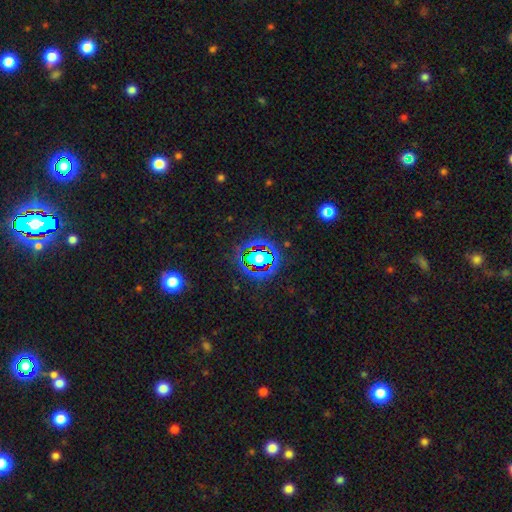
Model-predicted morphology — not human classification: smooth_or_featured: star or artifact (p=0.73) [alt: smooth p=0.17]